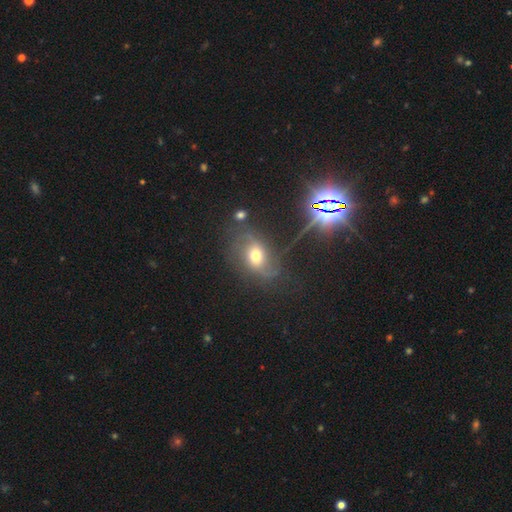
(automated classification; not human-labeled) This appears to be a featured or disk galaxy (41%). Merging: none (59%).